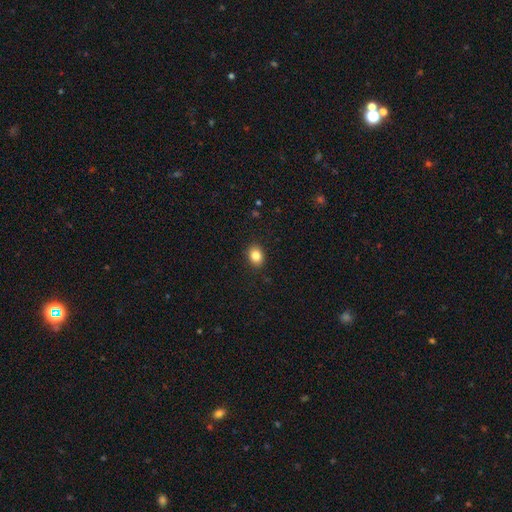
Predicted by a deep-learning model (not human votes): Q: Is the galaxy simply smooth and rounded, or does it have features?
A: smooth — 84%.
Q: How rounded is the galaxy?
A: in between — 58%.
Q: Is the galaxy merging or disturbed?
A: none — 90%.